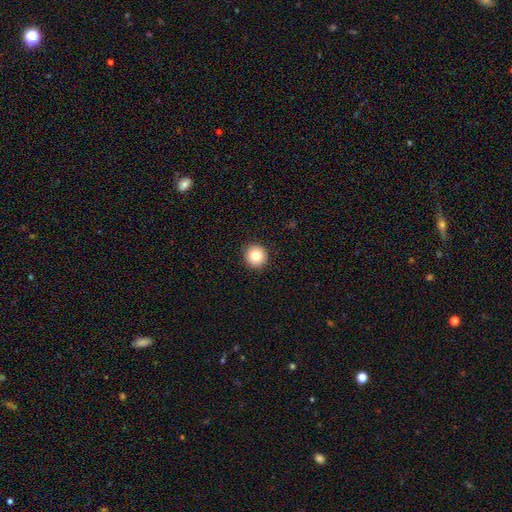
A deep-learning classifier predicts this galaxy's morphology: Overall: smooth (82%). How rounded: round (95%). Merging: none (93%).